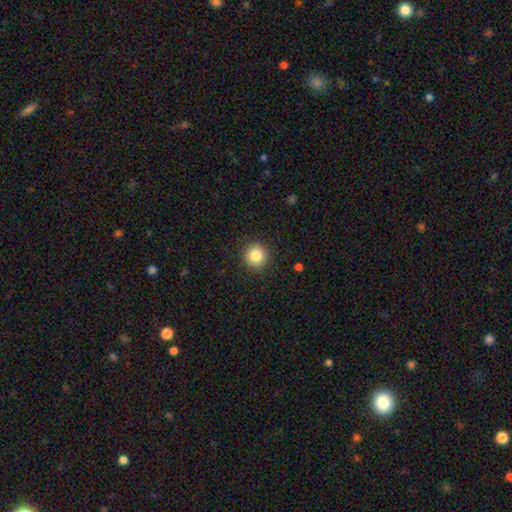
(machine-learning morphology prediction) smooth-or-featured: smooth: 84% | star or artifact: 10% | featured or disk: 6%
  how-rounded: round: 94% | in between: 5% | cigar-shaped: 1%
  merging: none: 92% | minor disturbance: 5% | major disturbance: 2% | merger: 1%